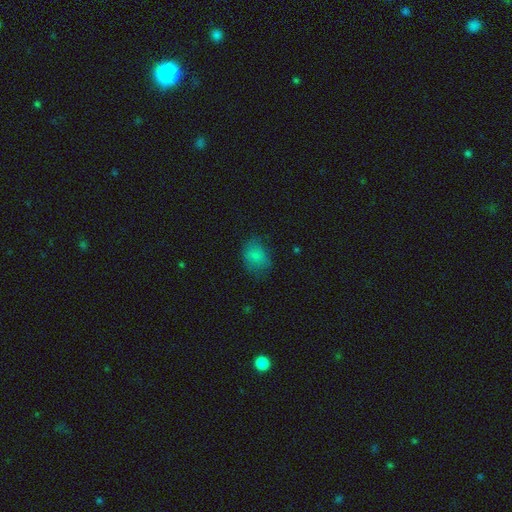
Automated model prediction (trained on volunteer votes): Smooth or featured: smooth — 77% (featured or disk — 12%)
How rounded: in between — 73% (round — 26%)
Merging: none — 58% (minor disturbance — 28%)